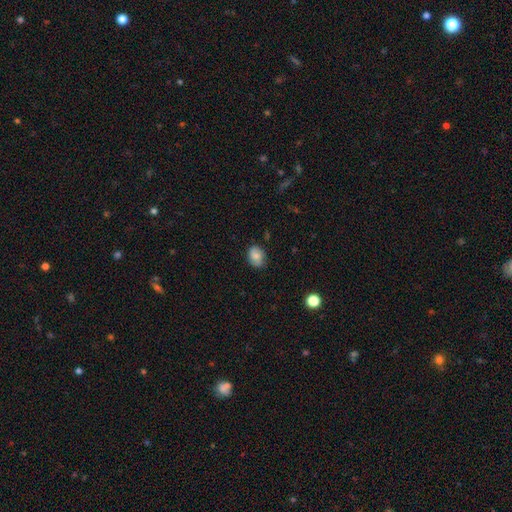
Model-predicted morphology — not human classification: This is likely a smooth galaxy (73%). How rounded: likely in between (62%). Merging: likely none (74%).